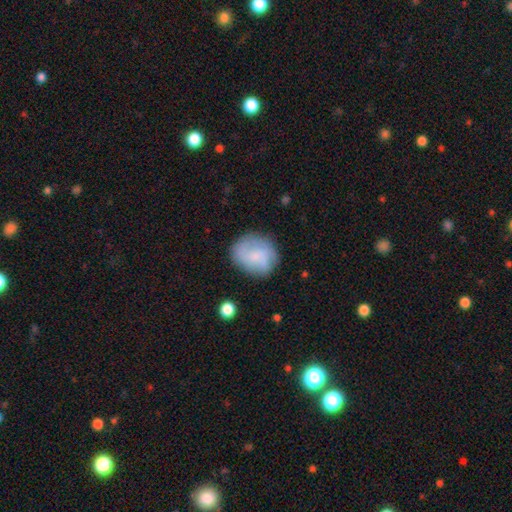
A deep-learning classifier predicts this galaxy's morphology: A smooth galaxy with no disk features (60%) that is round (69%). Merging: none (72%).